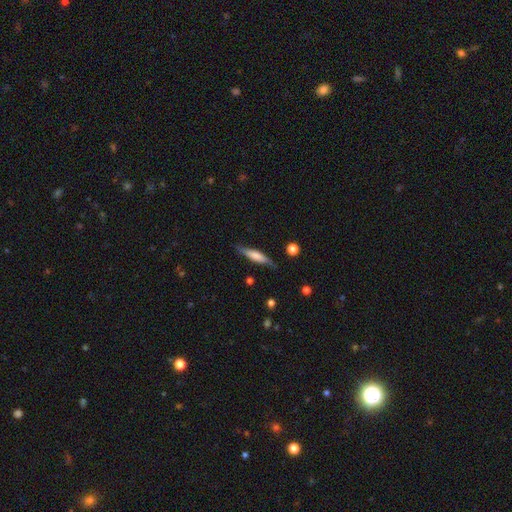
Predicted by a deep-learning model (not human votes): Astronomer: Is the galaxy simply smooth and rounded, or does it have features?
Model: smooth — 55% (runner-up: featured or disk, 39%).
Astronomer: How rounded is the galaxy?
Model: cigar-shaped — 82%.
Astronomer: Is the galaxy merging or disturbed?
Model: none — 81%.